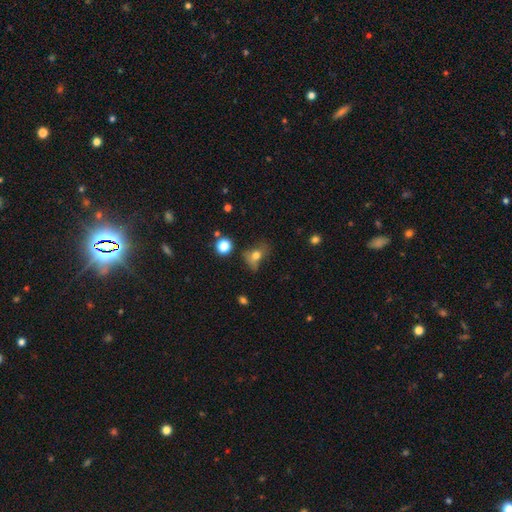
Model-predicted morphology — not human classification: Smooth or featured: smooth — 69% (featured or disk — 17%)
How rounded: in between — 55% (round — 43%)
Merging: none — 34% (minor disturbance — 31%)